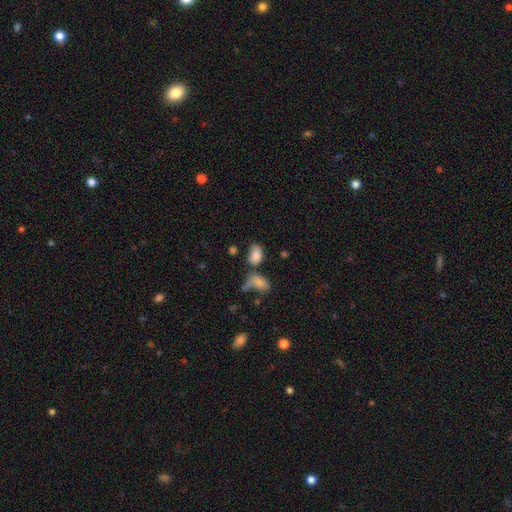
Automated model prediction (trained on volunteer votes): smooth 82%, star or artifact 10%, featured or disk 8%. Down the decision tree: how rounded — in between (88%); merging — none (44%).